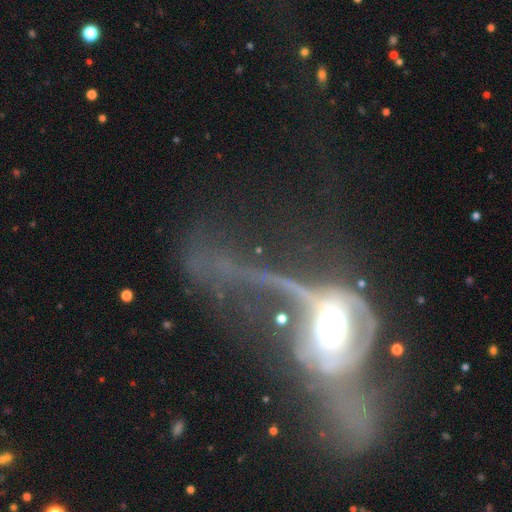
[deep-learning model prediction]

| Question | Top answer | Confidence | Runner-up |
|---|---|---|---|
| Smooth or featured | featured or disk | 64% | star or artifact (18%) |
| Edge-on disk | no | 71% | yes (29%) |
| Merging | major disturbance | 57% | none (18%) |